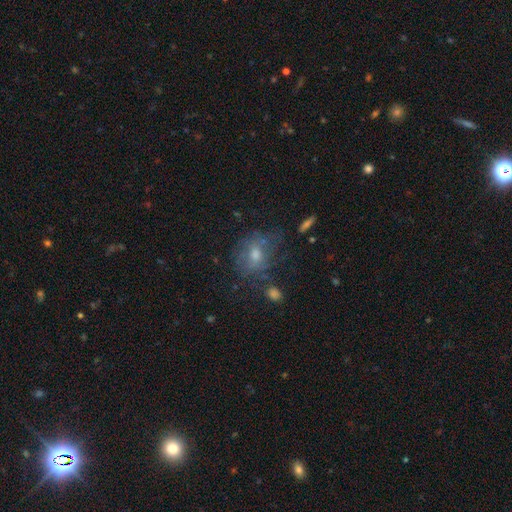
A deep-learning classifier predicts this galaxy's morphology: Smooth or featured? Predicted: smooth (p=0.48). Merging? Predicted: none (p=0.56).